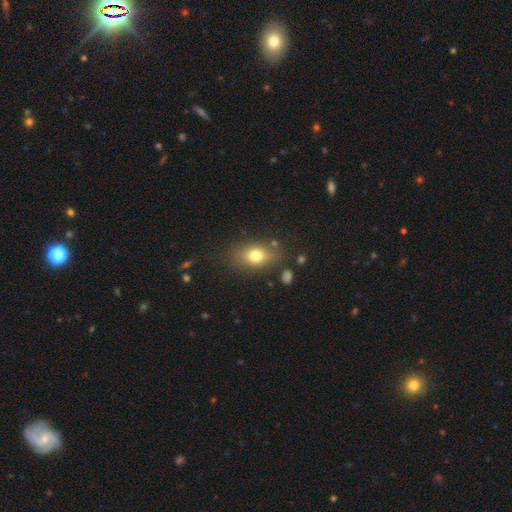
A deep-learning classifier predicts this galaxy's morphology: type=smooth (75%); roundness=in between (76%); merging=none (77%).